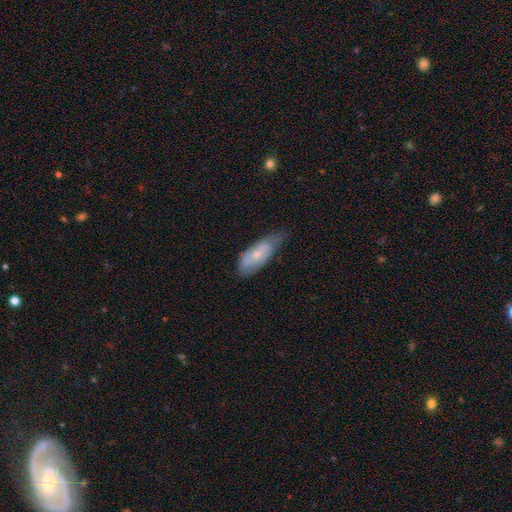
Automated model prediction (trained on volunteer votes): Overall: smooth (51%; featured or disk 43%). How rounded: in between (74%). Merging: none (53%; minor disturbance 36%).